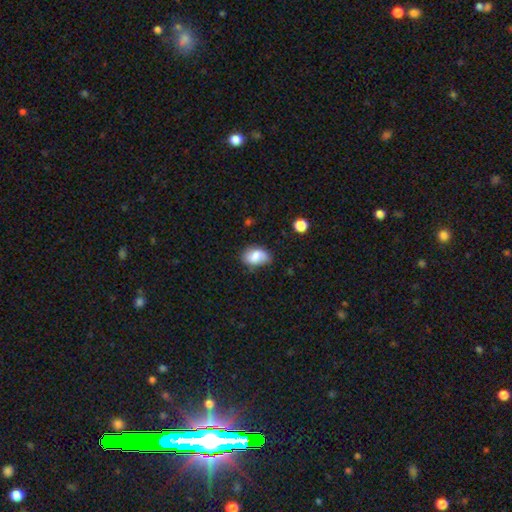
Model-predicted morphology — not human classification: This appears to be a smooth galaxy with no disk features (78%) that is in between round and cigar-shaped (85%). Merging: none (62%).